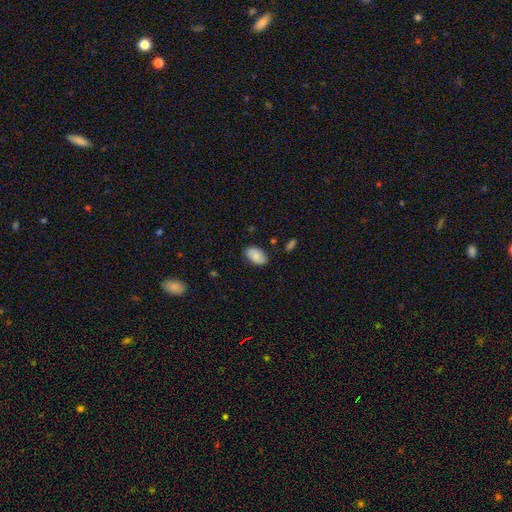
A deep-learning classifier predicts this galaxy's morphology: Smooth or featured?
  - smooth: 79% *
  - featured or disk: 14%
  - star or artifact: 7%
How rounded?
  - in between: 93% *
  - round: 5%
  - cigar-shaped: 2%
Merging?
  - none: 79% *
  - minor disturbance: 16%
  - major disturbance: 3%
  - merger: 2%